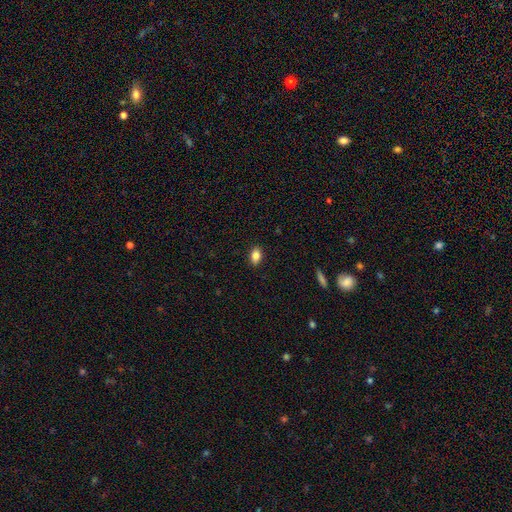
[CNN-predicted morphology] This is clearly a smooth galaxy (84%). How rounded: clearly in between (85%). Merging: clearly none (89%).